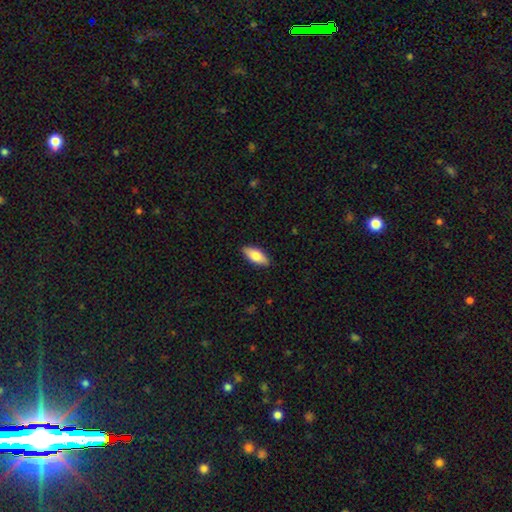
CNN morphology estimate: This appears to be a smooth galaxy with no disk features (76%) that is in between round and cigar-shaped (82%). Merging: none (89%).